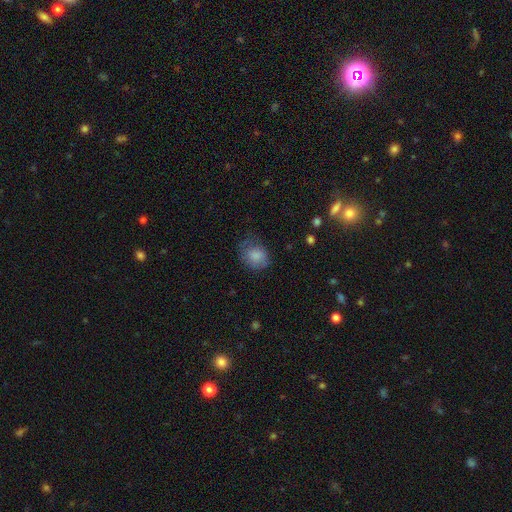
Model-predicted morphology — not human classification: Smooth or featured?
  - smooth: 82% *
  - featured or disk: 10%
  - star or artifact: 8%
How rounded?
  - round: 51% *
  - in between: 48%
  - cigar-shaped: 1%
Merging?
  - none: 53% *
  - minor disturbance: 30%
  - major disturbance: 15%
  - merger: 1%